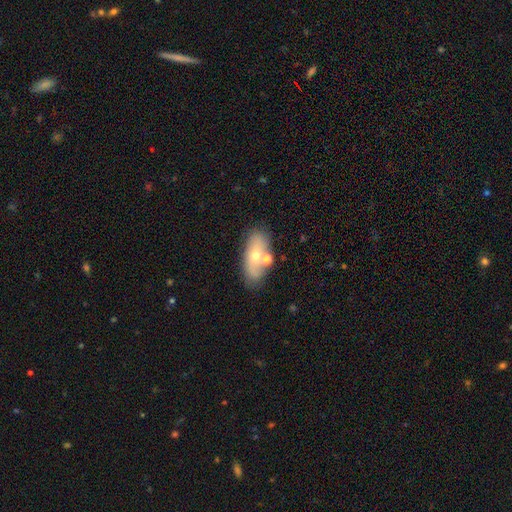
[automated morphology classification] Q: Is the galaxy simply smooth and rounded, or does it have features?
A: smooth — 49%.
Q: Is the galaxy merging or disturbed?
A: none — 63%.